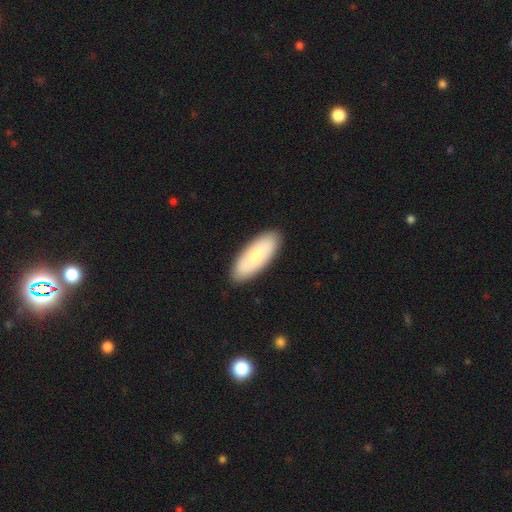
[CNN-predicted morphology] smooth-or-featured: smooth: 68% | featured or disk: 22% | star or artifact: 9%
  how-rounded: in between: 72% | cigar-shaped: 25% | round: 2%
  merging: none: 89% | minor disturbance: 8% | major disturbance: 2% | merger: 1%